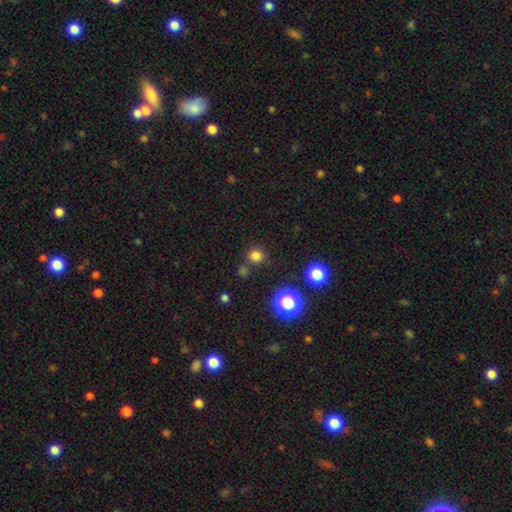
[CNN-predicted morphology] type=smooth (76%); roundness=round (88%); merging=none (79%).